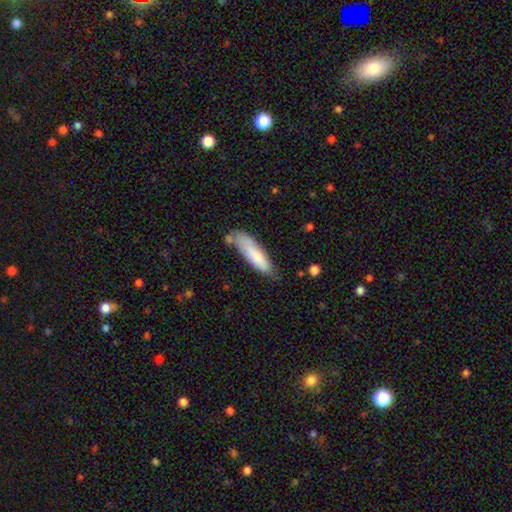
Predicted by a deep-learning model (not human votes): Overall: smooth (79%). How rounded: cigar-shaped (66%; in between 33%). Merging: none (57%; minor disturbance 28%).